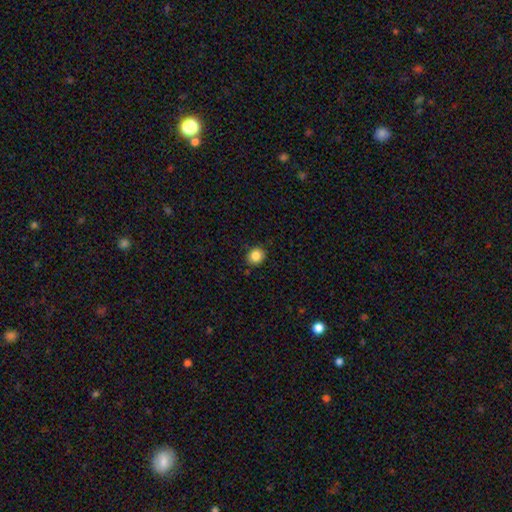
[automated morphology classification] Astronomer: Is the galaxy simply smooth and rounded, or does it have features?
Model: smooth — 86%.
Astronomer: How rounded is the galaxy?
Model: round — 81%.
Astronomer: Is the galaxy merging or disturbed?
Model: none — 89%.